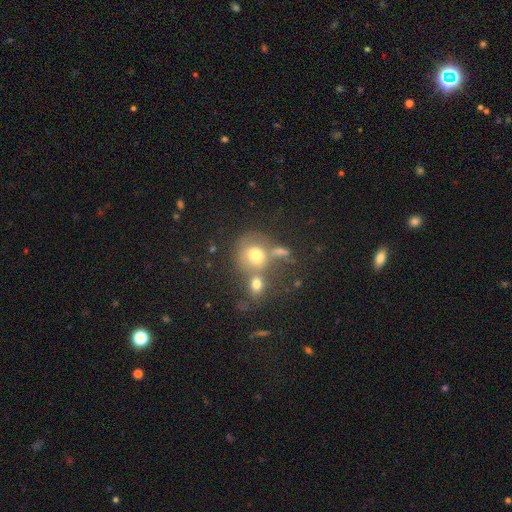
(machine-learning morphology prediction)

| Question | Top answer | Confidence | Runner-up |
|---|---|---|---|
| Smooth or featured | smooth | 67% | featured or disk (20%) |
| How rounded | round | 76% | in between (23%) |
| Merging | merger | 43% | none (36%) |